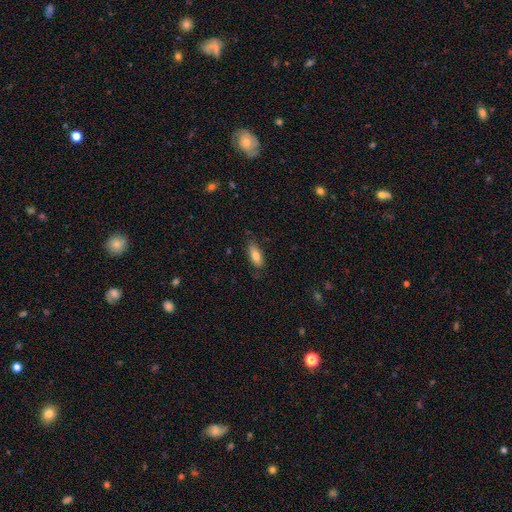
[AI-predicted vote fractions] Smooth or featured? smooth (80%)
How rounded? in between (75%)
Merging? none (78%)